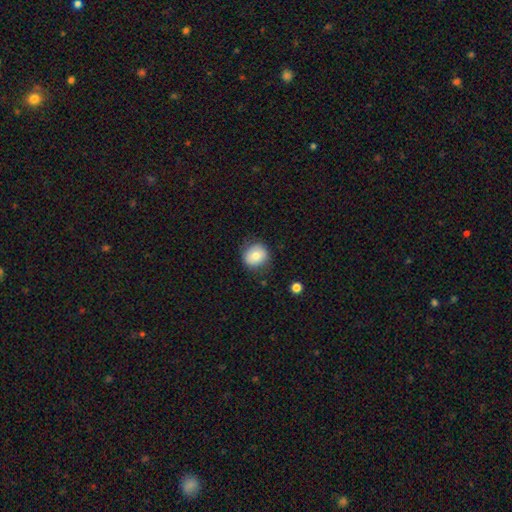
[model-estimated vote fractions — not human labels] Smooth or featured? Predicted: smooth (p=0.77). How rounded? Predicted: round (p=0.81). Merging? Predicted: none (p=0.78).